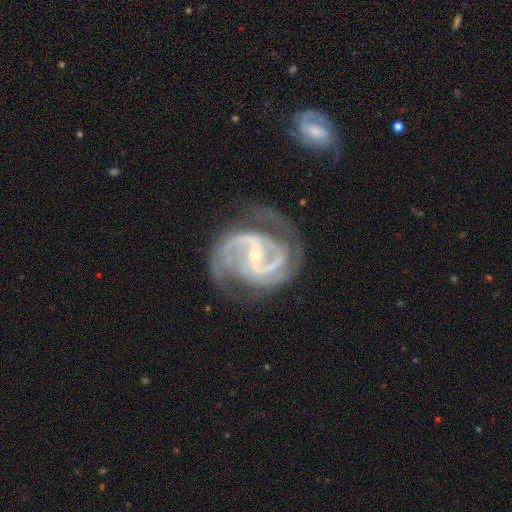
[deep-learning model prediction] Morphology: type=featured or disk (93%); edge-on=no (98%); bar=weak (39%); spiral arms=yes (98%); winding=medium (57%); arm count=2 (74%); bulge=small (77%); merging=none (63%).